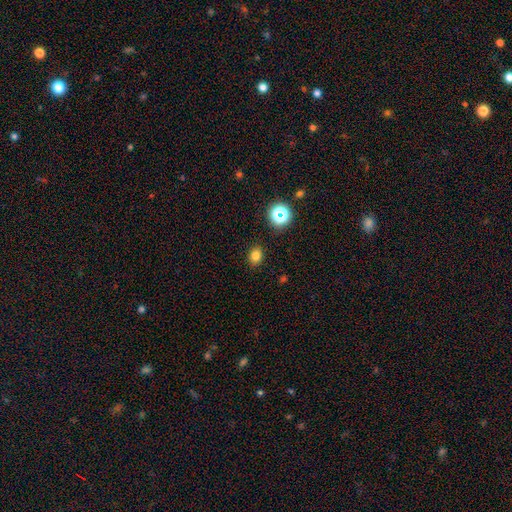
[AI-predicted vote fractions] A smooth galaxy with no disk features (78%) that is round (51%).

Vote fractions:
- Smooth or featured? smooth: 78% / star or artifact: 16% / featured or disk: 5%
- How rounded? round: 51% / in between: 48% / cigar-shaped: 1%
- Merging? none: 88% / minor disturbance: 8% / major disturbance: 2% / merger: 1%